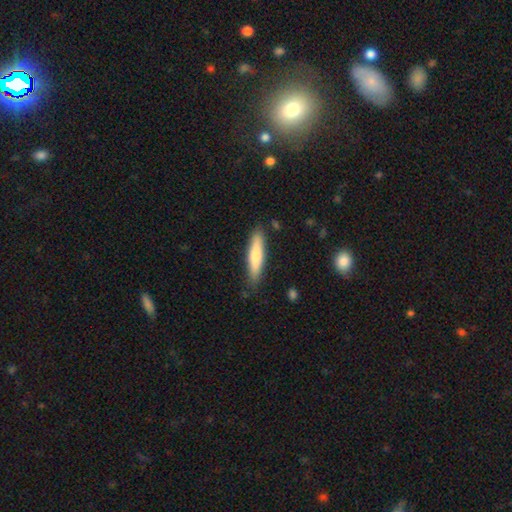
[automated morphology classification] Smooth or featured? smooth (71%)
How rounded? cigar-shaped (80%)
Merging? none (85%)